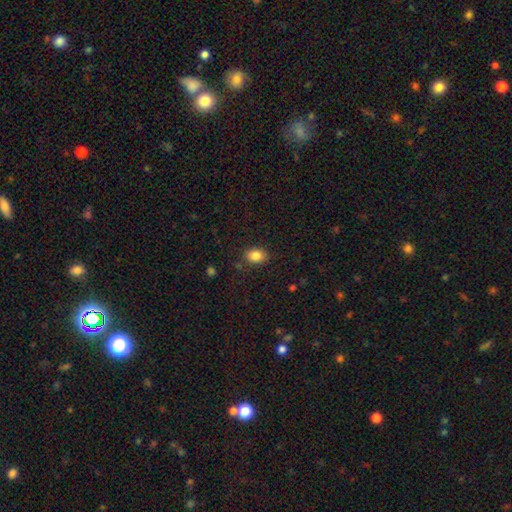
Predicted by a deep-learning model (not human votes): Smooth or featured: smooth — 84% (star or artifact — 9%)
How rounded: in between — 72% (round — 27%)
Merging: none — 83% (minor disturbance — 12%)